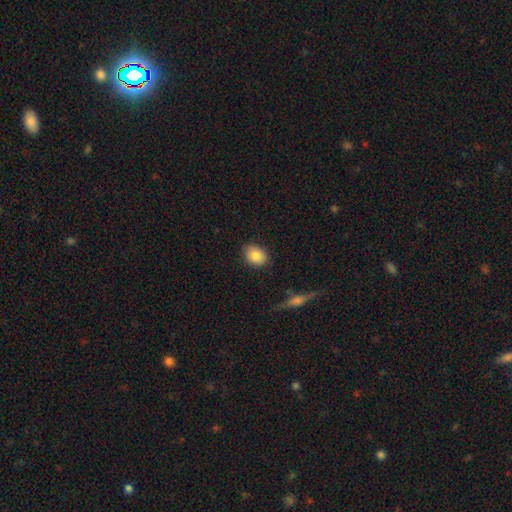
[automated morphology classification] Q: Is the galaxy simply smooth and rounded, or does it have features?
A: smooth — 85%.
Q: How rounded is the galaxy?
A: in between — 53%.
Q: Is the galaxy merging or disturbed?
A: none — 85%.